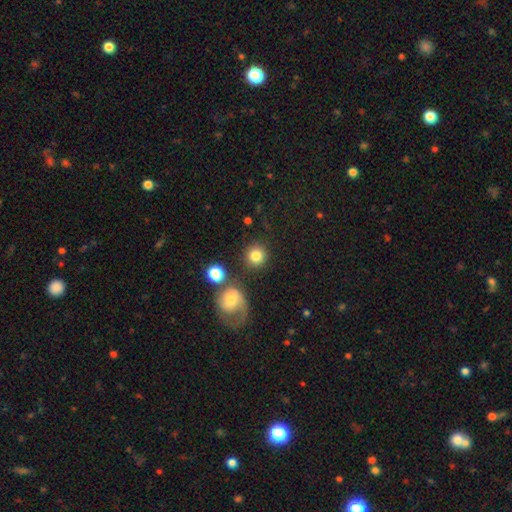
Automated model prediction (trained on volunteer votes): Smooth or featured?
  - smooth: 80% *
  - star or artifact: 10%
  - featured or disk: 10%
How rounded?
  - round: 91% *
  - in between: 8%
  - cigar-shaped: 1%
Merging?
  - none: 79% *
  - minor disturbance: 9%
  - merger: 7%
  - major disturbance: 5%